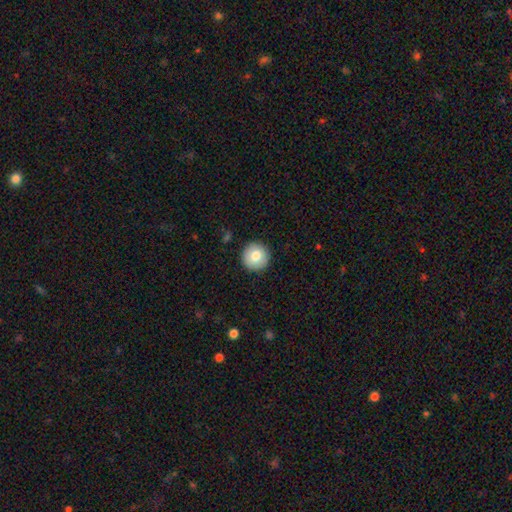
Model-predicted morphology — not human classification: smooth-or-featured: smooth: 80% | featured or disk: 12% | star or artifact: 8%
  how-rounded: round: 96% | in between: 4% | cigar-shaped: 1%
  merging: none: 92% | minor disturbance: 6% | major disturbance: 2% | merger: 1%